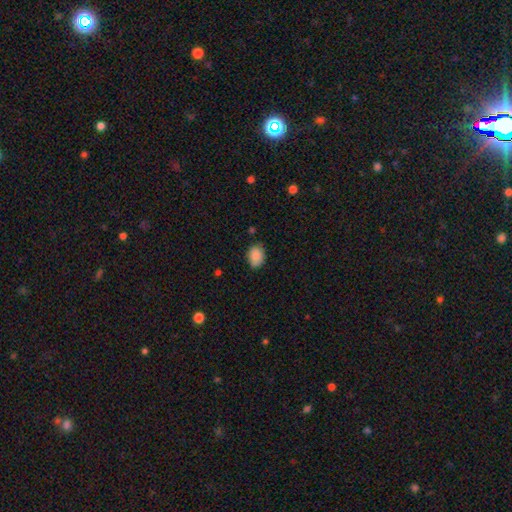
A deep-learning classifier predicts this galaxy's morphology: This appears to be a smooth galaxy with no disk features (88%) that is in between round and cigar-shaped (79%). Merging: none (80%).